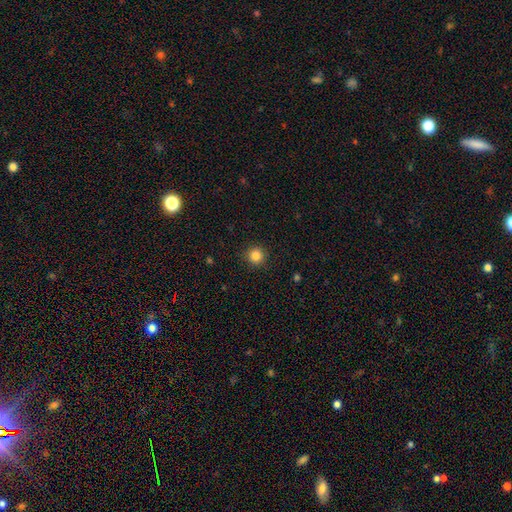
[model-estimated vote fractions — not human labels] Smooth or featured: smooth — 84% (star or artifact — 12%)
How rounded: round — 95% (in between — 4%)
Merging: none — 92% (minor disturbance — 6%)